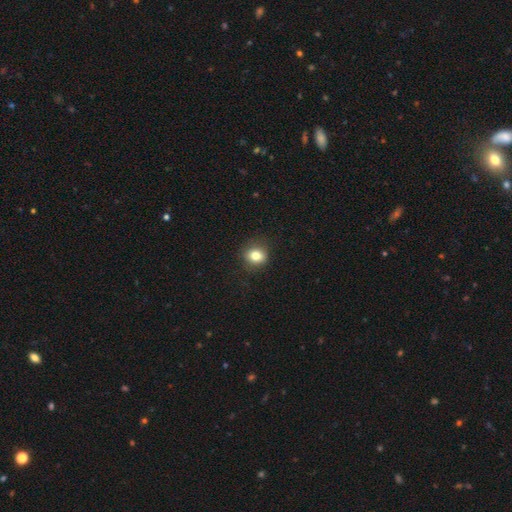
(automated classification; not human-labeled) This appears to be a smooth galaxy with no disk features (82%) that is round (67%). Merging: none (85%).